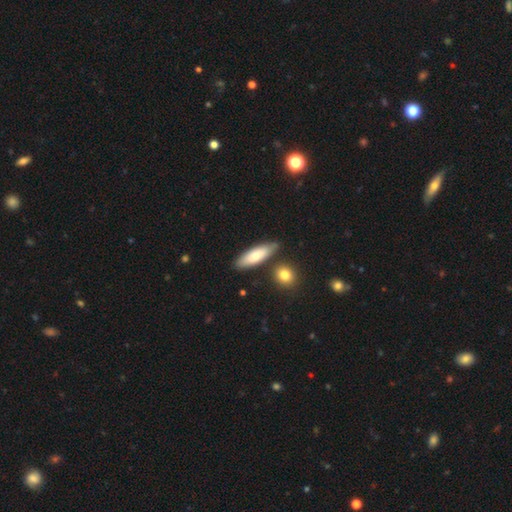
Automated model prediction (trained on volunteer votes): Morphology: type=smooth (74%); roundness=in between (51%); merging=none (77%).